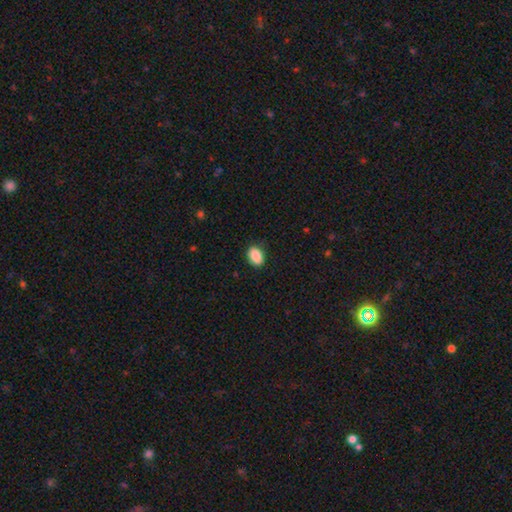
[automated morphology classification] This appears to be a smooth galaxy with no disk features (89%) that is in between round and cigar-shaped (85%). Merging: none (85%).